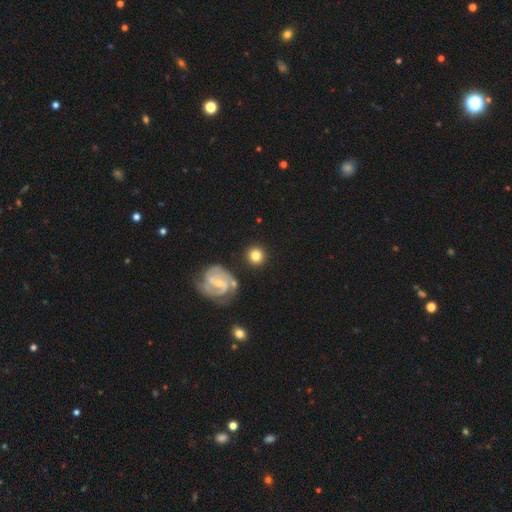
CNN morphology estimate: type=smooth (67%); roundness=round (93%); merging=none (83%).